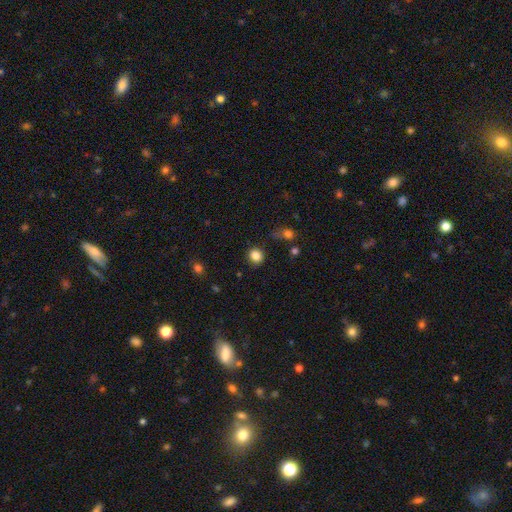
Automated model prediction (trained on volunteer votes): smooth 84%, star or artifact 11%, featured or disk 5%. Down the decision tree: how rounded — round (77%); merging — none (83%).